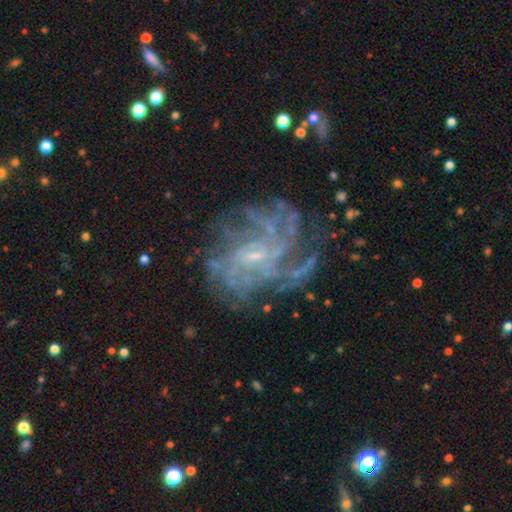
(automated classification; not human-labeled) This appears to be a featured or disk galaxy (84%) with no bar (45%, tied with weak), tight (43%) spiral arms (90%) and a small central bulge (75%). Merging: none (61%).